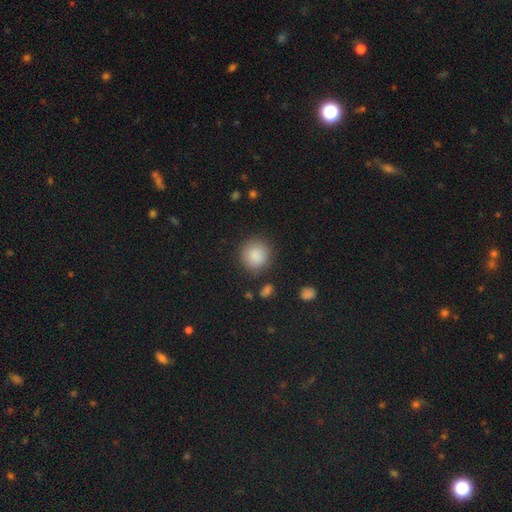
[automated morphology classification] This is clearly a smooth galaxy (88%). How rounded: clearly round (91%). Merging: clearly none (85%).